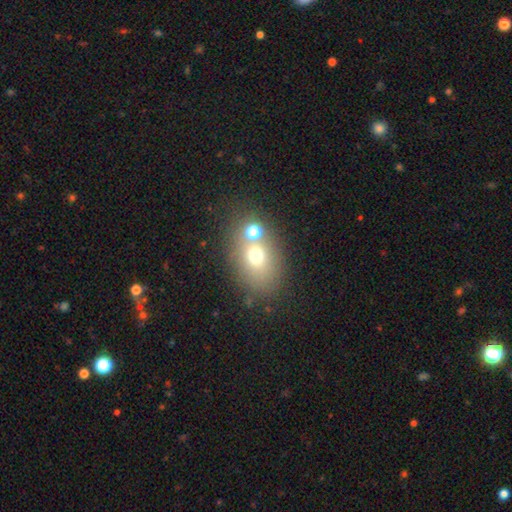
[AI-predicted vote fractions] Overall: smooth (65%). How rounded: in between (64%; round 35%). Merging: none (60%; merger 23%).